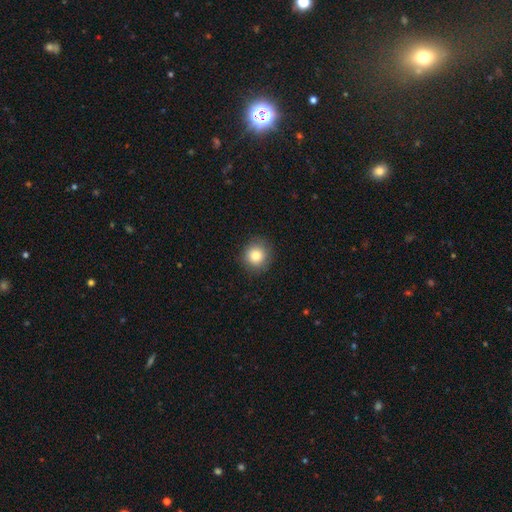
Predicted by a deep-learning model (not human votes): Overall: smooth (82%). How rounded: round (90%). Merging: none (87%).